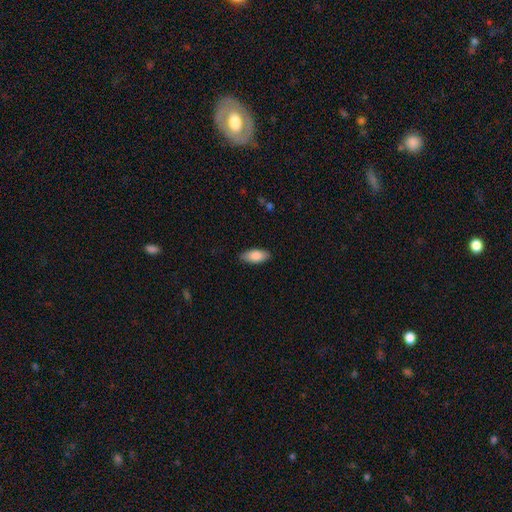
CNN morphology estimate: Smooth or featured: smooth — 86% (featured or disk — 8%)
How rounded: in between — 89% (cigar-shaped — 9%)
Merging: none — 86% (minor disturbance — 10%)